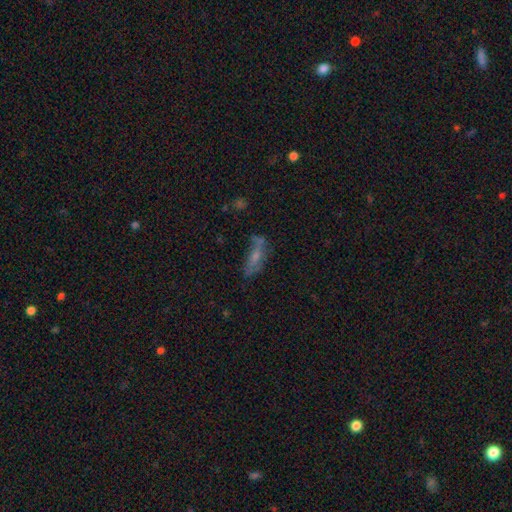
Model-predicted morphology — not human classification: This appears to be a smooth galaxy with no disk features (44%). Merging: none (49%).